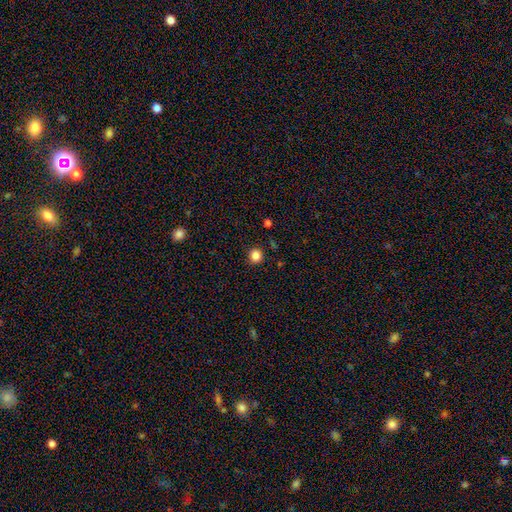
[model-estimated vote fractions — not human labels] A smooth galaxy with no disk features (85%) that is round (92%). Merging: none (91%).